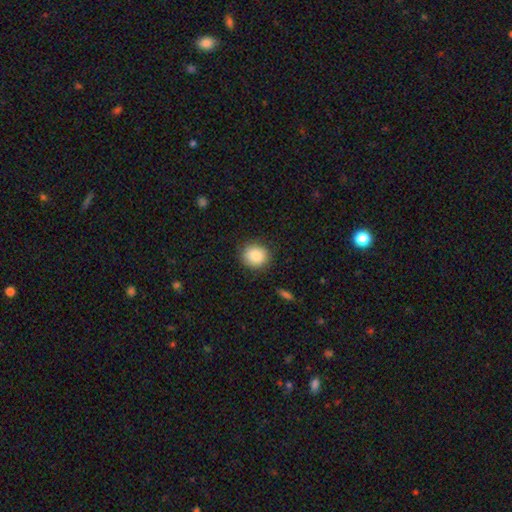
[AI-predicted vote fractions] Q: Smooth or featured?
A: smooth (87%); runner-up: star or artifact (8%)
Q: How rounded?
A: round (84%); runner-up: in between (15%)
Q: Merging?
A: none (86%); runner-up: minor disturbance (10%)